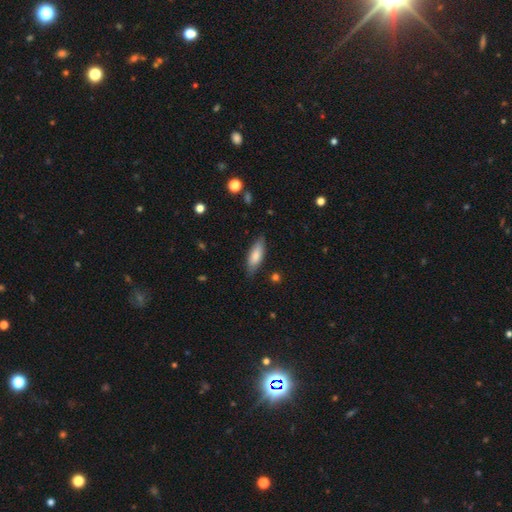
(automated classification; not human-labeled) A smooth galaxy with no disk features (77%) that is in between round and cigar-shaped (60%). Merging: none (81%).